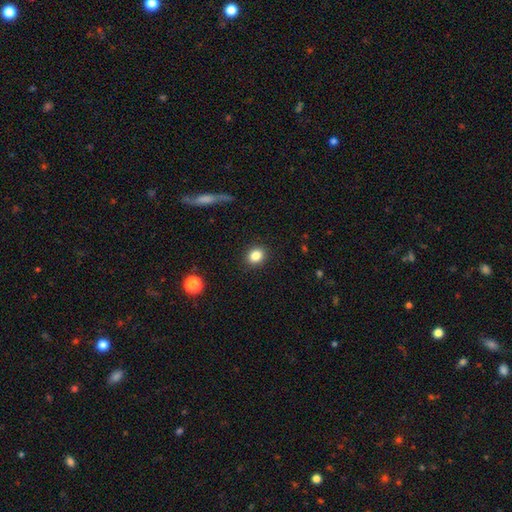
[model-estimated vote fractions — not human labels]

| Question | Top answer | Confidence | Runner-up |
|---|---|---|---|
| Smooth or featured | smooth | 84% | star or artifact (10%) |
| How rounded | round | 64% | in between (35%) |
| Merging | none | 91% | minor disturbance (6%) |